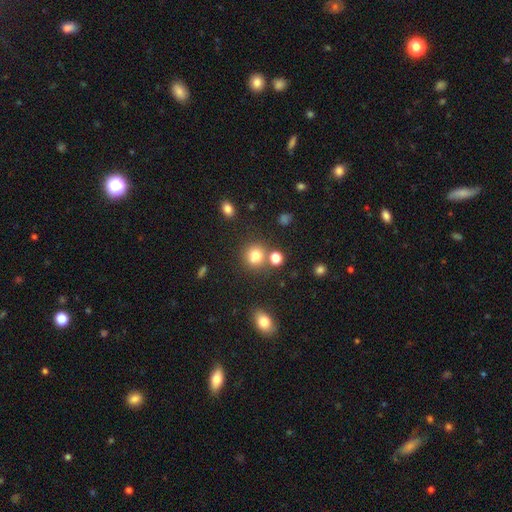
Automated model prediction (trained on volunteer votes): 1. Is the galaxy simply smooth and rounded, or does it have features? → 77% smooth, 15% star or artifact, 8% featured or disk.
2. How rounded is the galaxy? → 85% round, 14% in between, 1% cigar-shaped.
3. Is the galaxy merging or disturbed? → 71% none, 15% merger, 10% minor disturbance, 4% major disturbance.